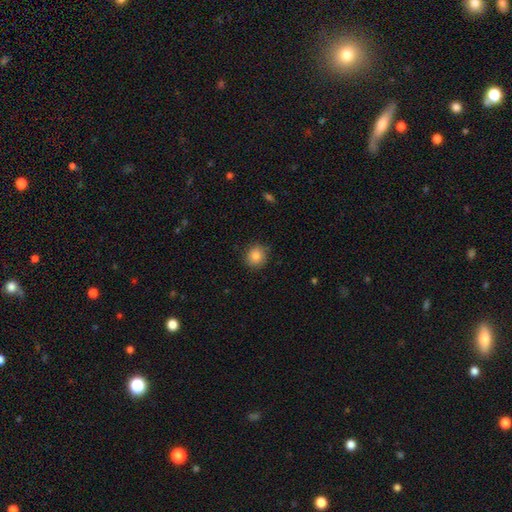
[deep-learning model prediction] Overall: smooth (84%). How rounded: round (85%). Merging: none (87%).